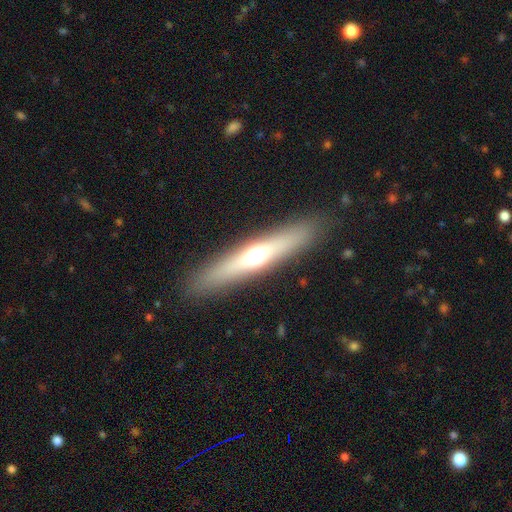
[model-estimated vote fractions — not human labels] Overall: smooth (47%; featured or disk 45%). Merging: none (89%).